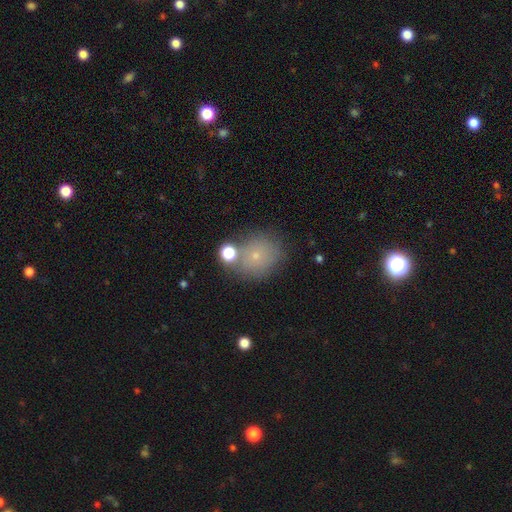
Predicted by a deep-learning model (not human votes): Morphology: type=smooth (66%); roundness=round (78%); merging=none (71%).